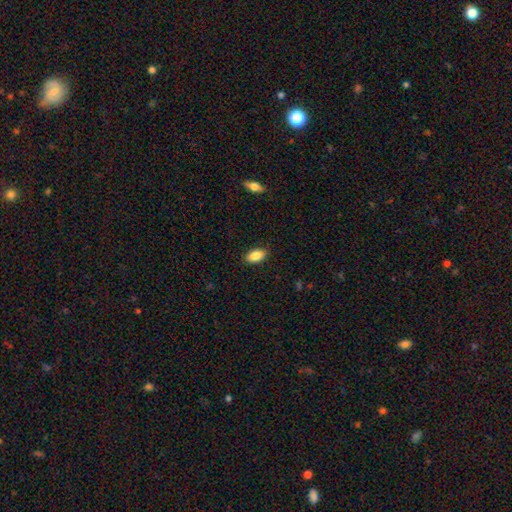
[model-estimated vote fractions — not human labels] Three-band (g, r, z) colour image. It shows a smooth galaxy with no disk features (88%) that is in between round and cigar-shaped (92%). Merging: none (88%).